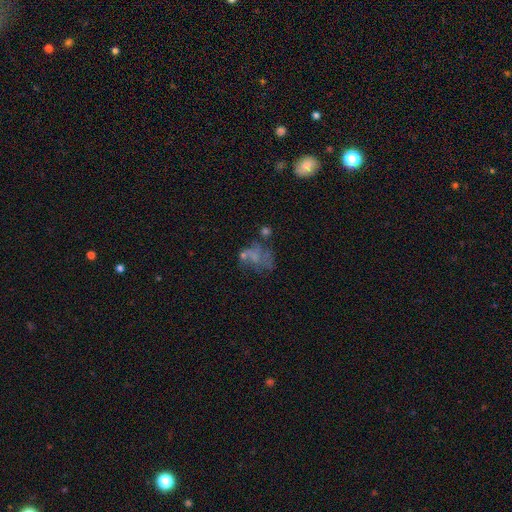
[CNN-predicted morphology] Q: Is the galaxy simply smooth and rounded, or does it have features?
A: featured or disk — 45%.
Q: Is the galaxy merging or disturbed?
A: major disturbance — 33%.